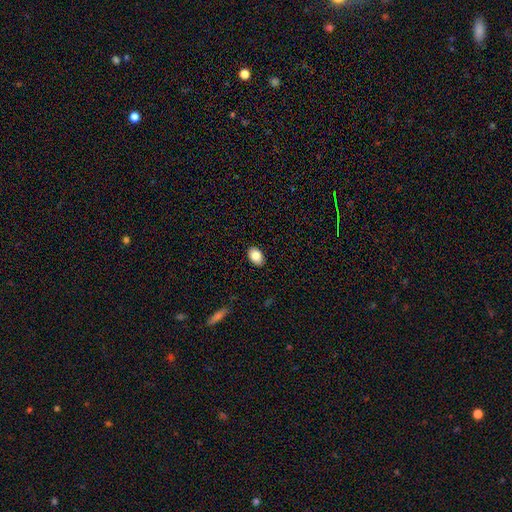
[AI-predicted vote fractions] This is clearly a smooth galaxy (87%). How rounded: clearly in between (87%). Merging: clearly none (88%).